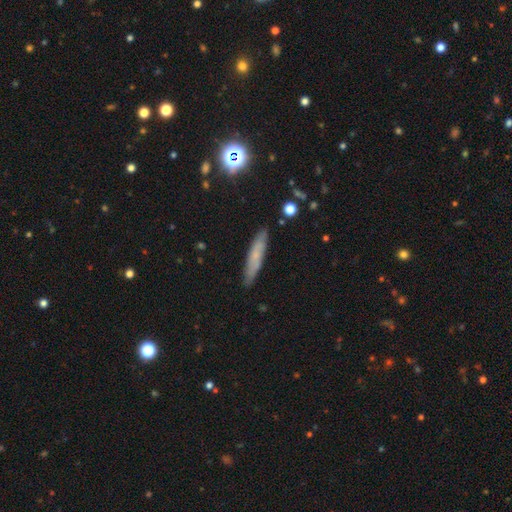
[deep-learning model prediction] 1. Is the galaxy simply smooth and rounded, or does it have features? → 56% smooth, 34% featured or disk, 9% star or artifact.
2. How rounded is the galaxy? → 88% cigar-shaped, 10% in between, 2% round.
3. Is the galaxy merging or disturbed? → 85% none, 11% minor disturbance, 2% major disturbance, 1% merger.